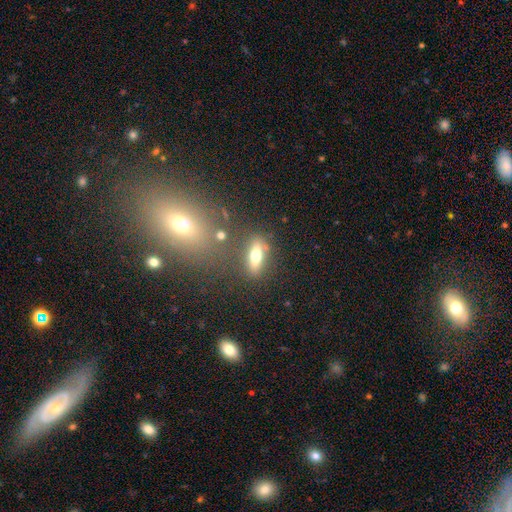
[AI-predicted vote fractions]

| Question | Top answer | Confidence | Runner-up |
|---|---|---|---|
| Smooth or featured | smooth | 58% | featured or disk (31%) |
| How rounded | in between | 57% | cigar-shaped (36%) |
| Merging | none | 77% | minor disturbance (12%) |